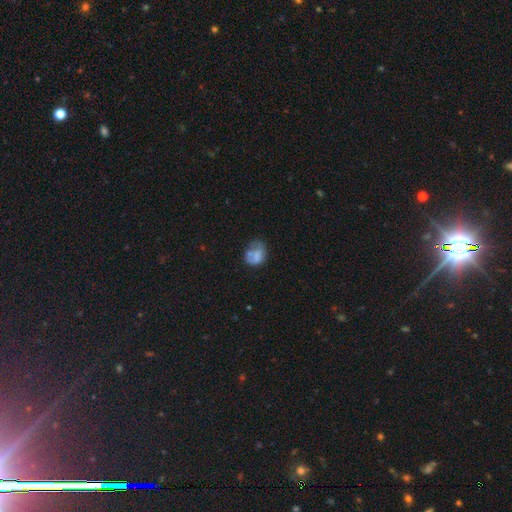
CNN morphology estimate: Smooth or featured? smooth (60%)
How rounded? in between (51%)
Merging? none (34%)